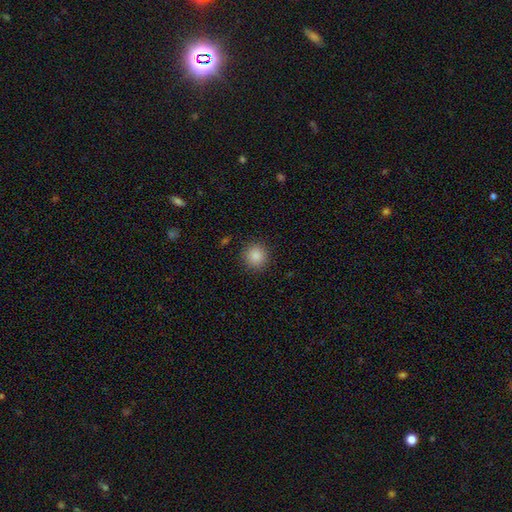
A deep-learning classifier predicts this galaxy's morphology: Smooth or featured? smooth (87%)
How rounded? round (94%)
Merging? none (91%)